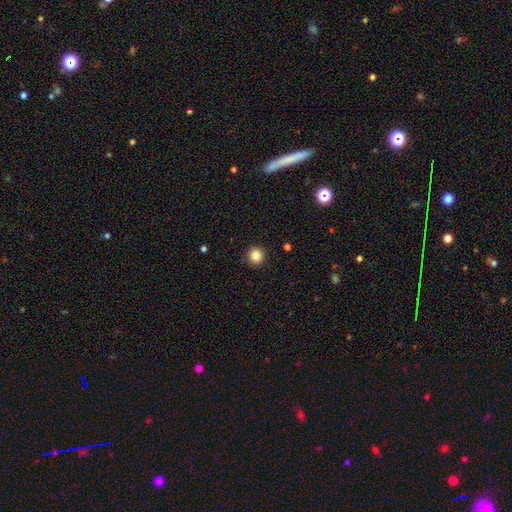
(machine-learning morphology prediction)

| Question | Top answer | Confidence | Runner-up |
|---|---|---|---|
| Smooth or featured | smooth | 85% | star or artifact (11%) |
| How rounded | round | 95% | in between (4%) |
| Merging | none | 92% | minor disturbance (5%) |